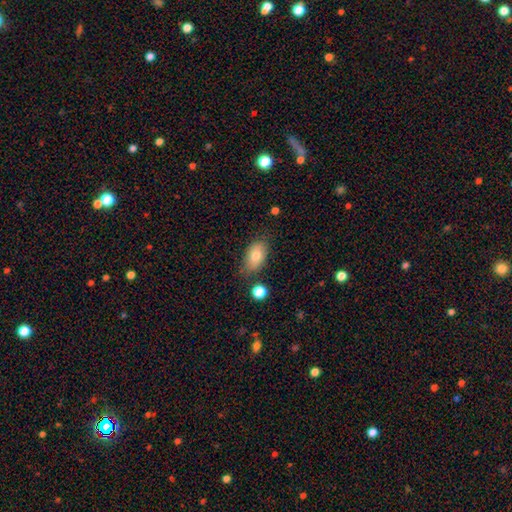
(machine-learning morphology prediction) Q: Smooth or featured?
A: smooth (79%); runner-up: featured or disk (13%)
Q: How rounded?
A: in between (91%); runner-up: round (7%)
Q: Merging?
A: none (77%); runner-up: minor disturbance (16%)